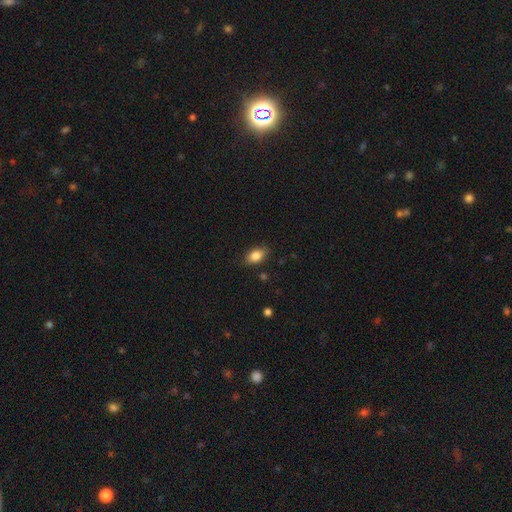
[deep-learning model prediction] Overall: smooth (85%). How rounded: in between (88%). Merging: none (84%).